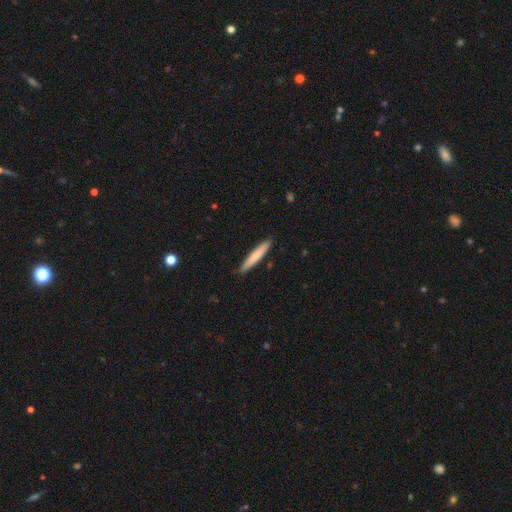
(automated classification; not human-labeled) Morphology: type=smooth (75%); roundness=cigar-shaped (95%); merging=none (90%).